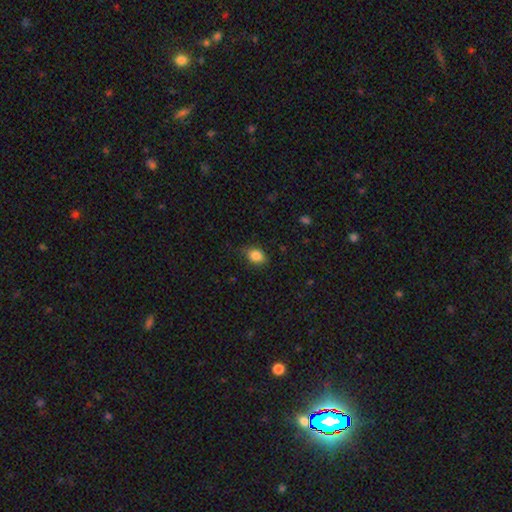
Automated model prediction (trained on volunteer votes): Smooth or featured? smooth (86%)
How rounded? in between (75%)
Merging? none (78%)